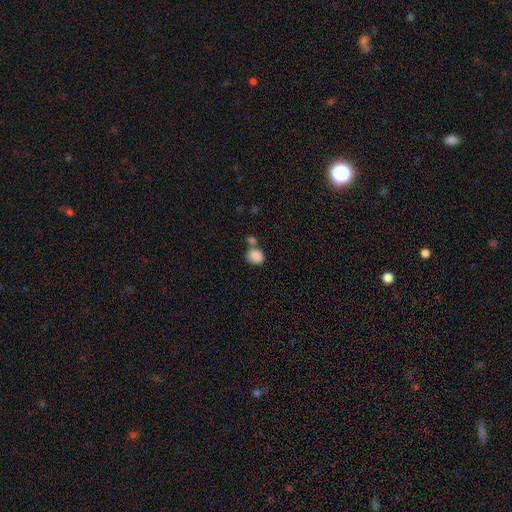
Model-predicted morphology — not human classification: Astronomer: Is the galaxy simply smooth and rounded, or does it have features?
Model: smooth — 86%.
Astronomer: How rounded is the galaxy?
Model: round — 59% (runner-up: in between, 40%).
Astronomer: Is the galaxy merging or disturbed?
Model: none — 48% (runner-up: merger, 35%).